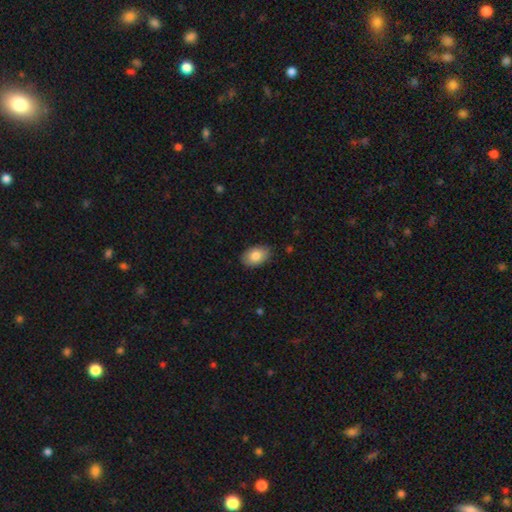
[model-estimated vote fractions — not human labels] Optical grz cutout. It shows a smooth galaxy with no disk features (82%) that is in between round and cigar-shaped (89%). Merging: none (84%).